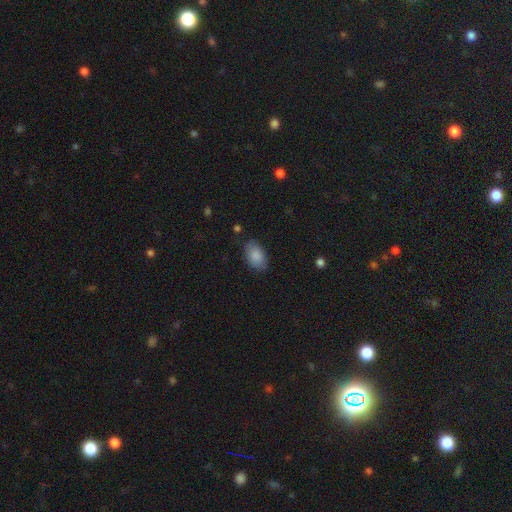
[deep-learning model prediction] Smooth or featured? Predicted: smooth (p=0.87). How rounded? Predicted: in between (p=0.92). Merging? Predicted: none (p=0.80).